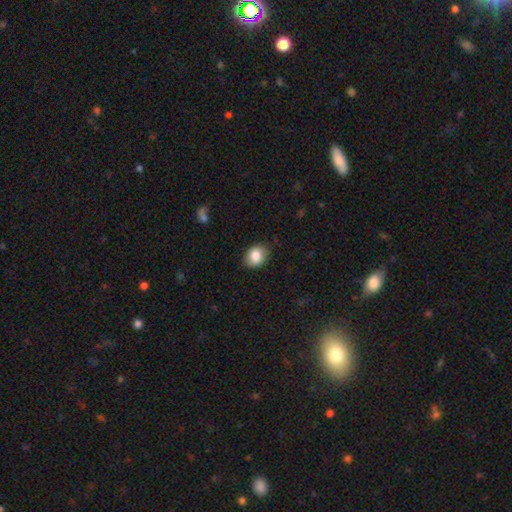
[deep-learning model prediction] smooth_or_featured: smooth (p=0.85) [alt: star or artifact p=0.08]
how_rounded: in between (p=0.53) [alt: round p=0.46]
merging: none (p=0.81) [alt: minor disturbance p=0.15]